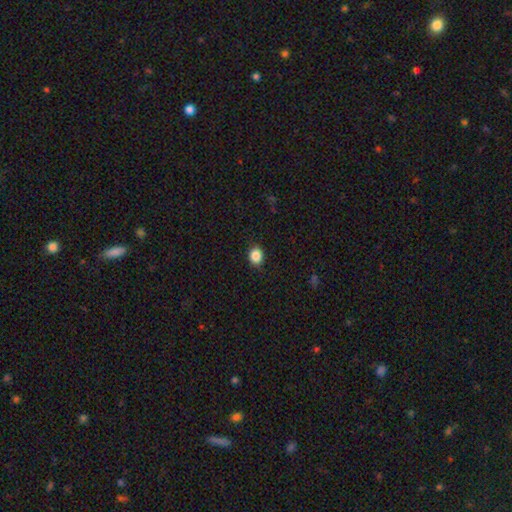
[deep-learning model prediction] Smooth or featured: smooth — 86% (star or artifact — 10%)
How rounded: round — 65% (in between — 34%)
Merging: none — 86% (minor disturbance — 10%)